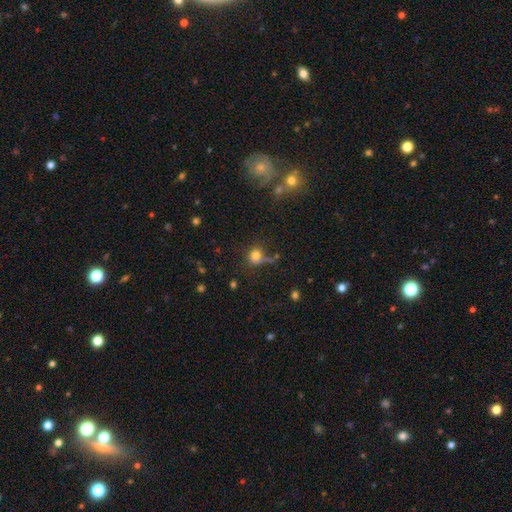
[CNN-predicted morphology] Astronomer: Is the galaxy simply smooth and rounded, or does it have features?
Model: smooth — 76%.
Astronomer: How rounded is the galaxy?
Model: round — 79%.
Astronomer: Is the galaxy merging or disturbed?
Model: none — 58%.